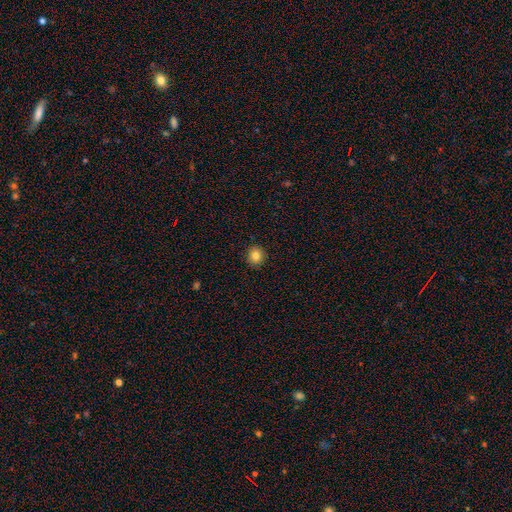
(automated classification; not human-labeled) Smooth or featured: smooth — 83% (star or artifact — 11%)
How rounded: round — 85% (in between — 14%)
Merging: none — 92% (minor disturbance — 6%)